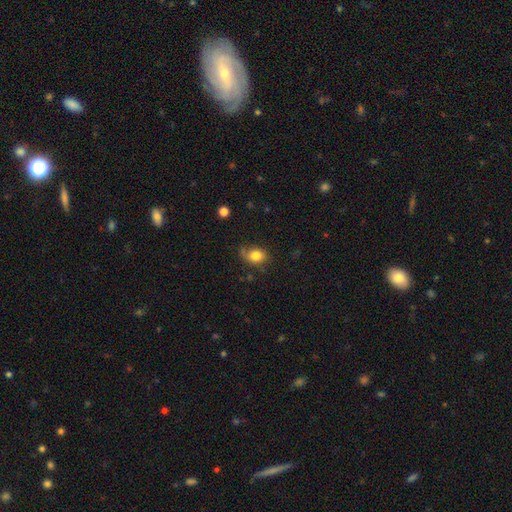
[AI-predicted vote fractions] This appears to be a smooth galaxy with no disk features (79%) that is in between round and cigar-shaped (59%). Merging: none (58%).